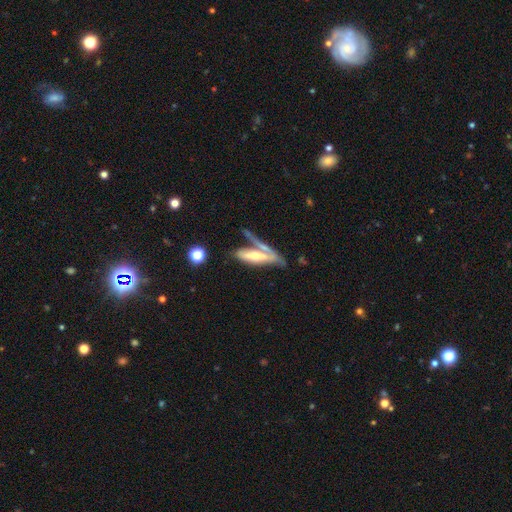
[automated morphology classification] This appears to be a featured or disk galaxy (53%) viewed edge-on (57%). Merging: merger (40%).